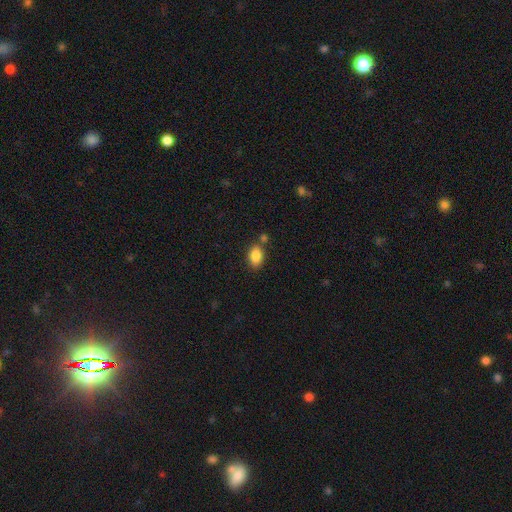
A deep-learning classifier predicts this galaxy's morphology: smooth-or-featured: smooth: 87% | star or artifact: 8% | featured or disk: 5%
  how-rounded: in between: 87% | round: 12% | cigar-shaped: 2%
  merging: none: 72% | minor disturbance: 12% | merger: 12% | major disturbance: 3%